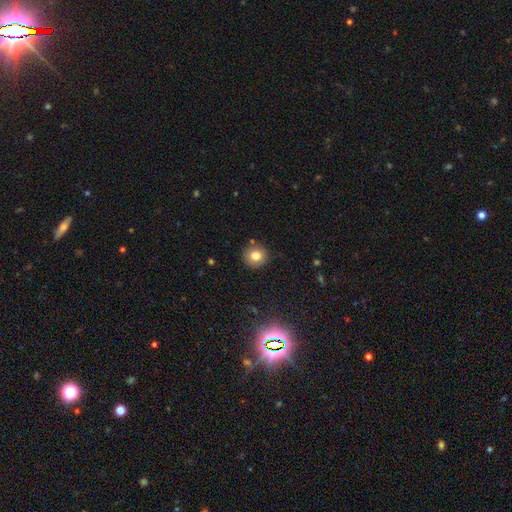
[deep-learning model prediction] Q: Smooth or featured?
A: smooth (80%); runner-up: star or artifact (12%)
Q: How rounded?
A: round (93%); runner-up: in between (6%)
Q: Merging?
A: none (88%); runner-up: minor disturbance (7%)